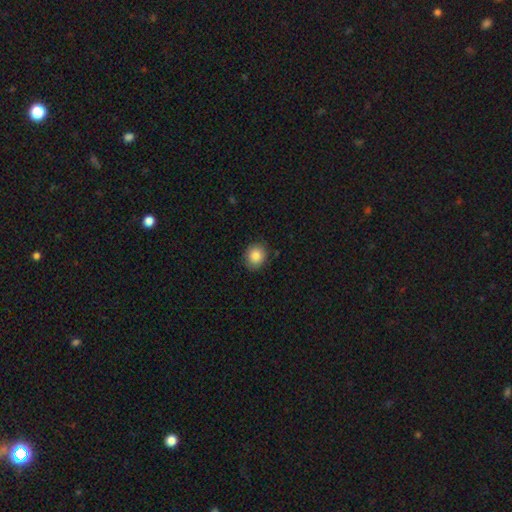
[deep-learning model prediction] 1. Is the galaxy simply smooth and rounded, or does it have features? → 86% smooth, 8% star or artifact, 5% featured or disk.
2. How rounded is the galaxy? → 73% round, 26% in between, 1% cigar-shaped.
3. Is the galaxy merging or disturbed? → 85% none, 11% minor disturbance, 2% major disturbance, 1% merger.